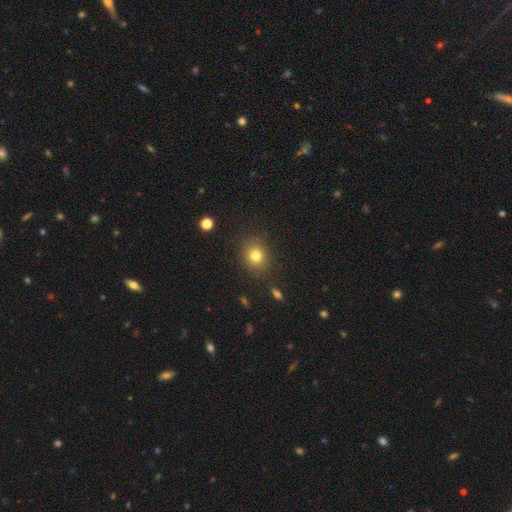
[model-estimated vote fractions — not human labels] A smooth galaxy with no disk features (79%) that is round (71%).

Vote fractions:
- Smooth or featured? smooth: 79% / star or artifact: 13% / featured or disk: 8%
- How rounded? round: 71% / in between: 28% / cigar-shaped: 1%
- Merging? none: 85% / minor disturbance: 10% / major disturbance: 3% / merger: 2%